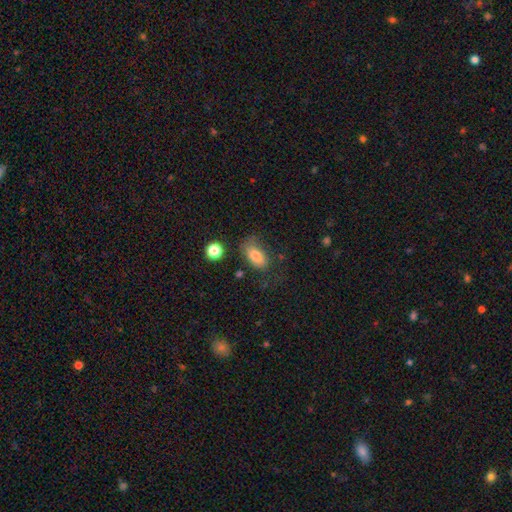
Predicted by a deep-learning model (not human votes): Q: Smooth or featured?
A: smooth (77%); runner-up: featured or disk (14%)
Q: How rounded?
A: in between (89%); runner-up: round (8%)
Q: Merging?
A: none (60%); runner-up: minor disturbance (24%)